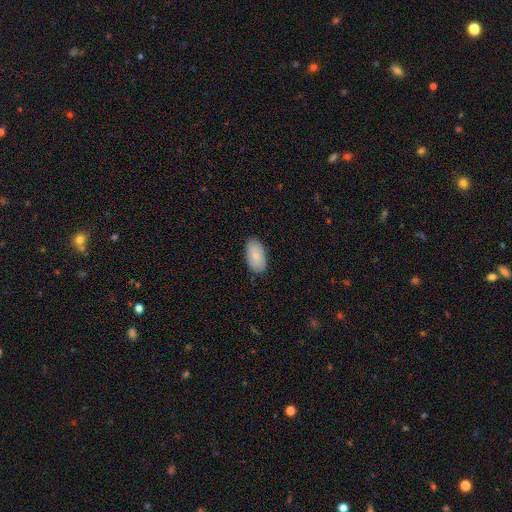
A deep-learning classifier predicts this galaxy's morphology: The model was most divided on "smooth or featured": smooth: 76%, featured or disk: 19%, star or artifact: 6%. More confident: how rounded — in between (95%); merging — none (85%).